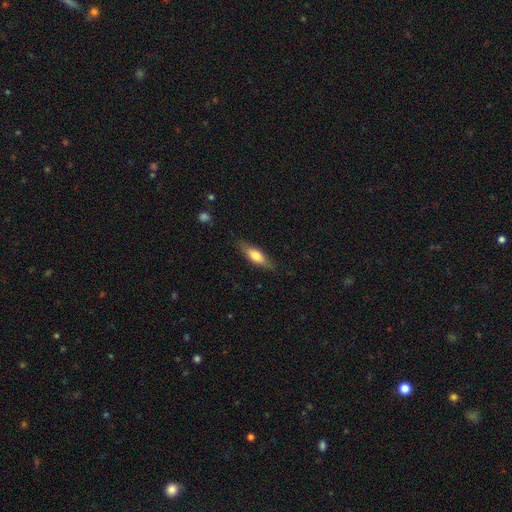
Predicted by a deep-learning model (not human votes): Smooth or featured?
  - smooth: 63% *
  - featured or disk: 31%
  - star or artifact: 6%
How rounded?
  - in between: 53% *
  - cigar-shaped: 45%
  - round: 2%
Merging?
  - none: 82% *
  - minor disturbance: 14%
  - major disturbance: 3%
  - merger: 1%